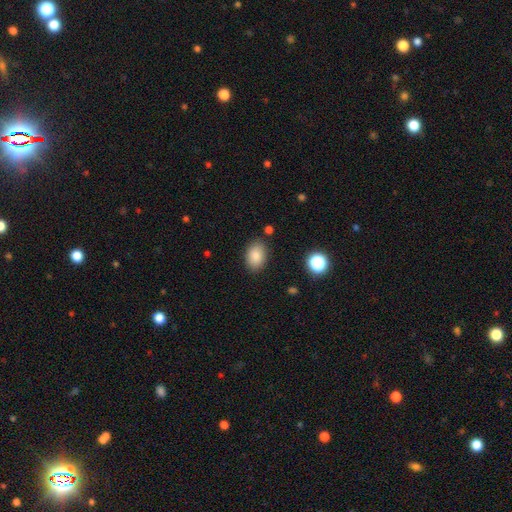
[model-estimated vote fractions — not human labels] Smooth or featured? Predicted: smooth (p=0.85). How rounded? Predicted: in between (p=0.84). Merging? Predicted: none (p=0.84).